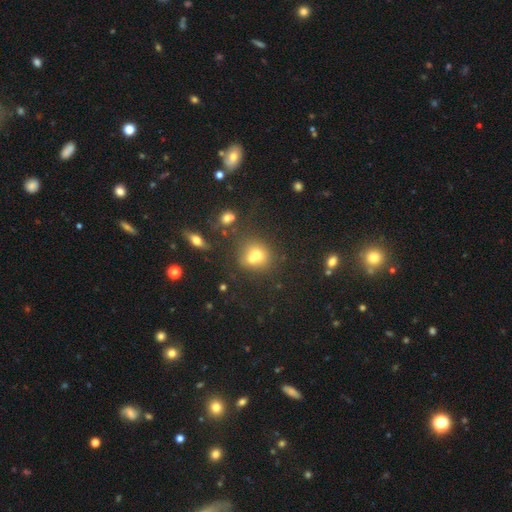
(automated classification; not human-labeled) smooth_or_featured: smooth (p=0.65) [alt: featured or disk p=0.20]
how_rounded: round (p=0.77) [alt: in between p=0.22]
merging: merger (p=0.51) [alt: none p=0.36]